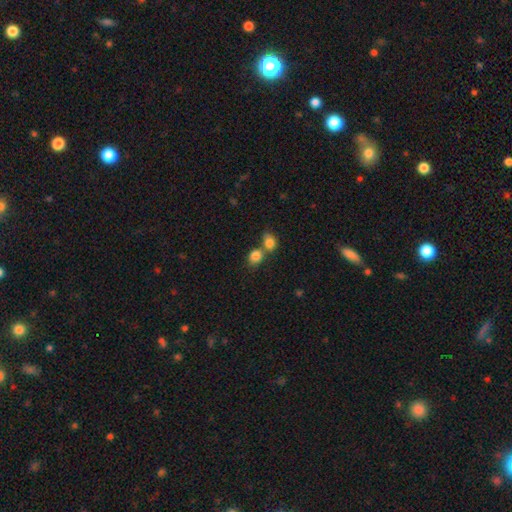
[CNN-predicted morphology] Smooth or featured?
  - smooth: 83% *
  - star or artifact: 10%
  - featured or disk: 7%
How rounded?
  - round: 61% *
  - in between: 38%
  - cigar-shaped: 1%
Merging?
  - merger: 51% *
  - none: 37%
  - minor disturbance: 8%
  - major disturbance: 3%